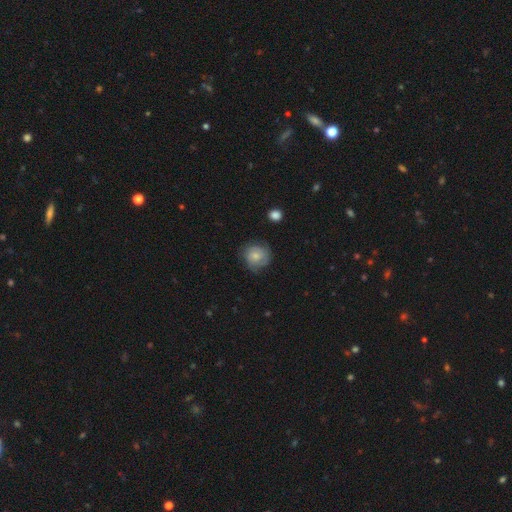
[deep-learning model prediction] A smooth galaxy with no disk features (61%) that is round (87%).

Vote fractions:
- Smooth or featured? smooth: 61% / featured or disk: 31% / star or artifact: 8%
- How rounded? round: 87% / in between: 12% / cigar-shaped: 1%
- Merging? none: 66% / minor disturbance: 25% / major disturbance: 8% / merger: 1%